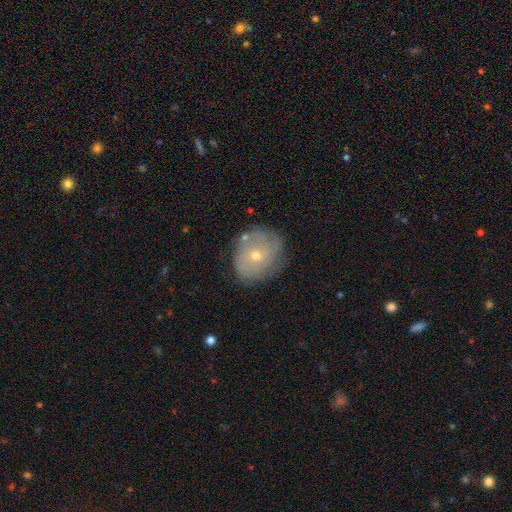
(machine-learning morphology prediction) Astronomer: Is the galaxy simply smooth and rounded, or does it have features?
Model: featured or disk — 62%.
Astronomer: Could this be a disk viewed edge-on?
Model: no — 97%.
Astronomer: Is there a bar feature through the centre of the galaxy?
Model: no — 81%.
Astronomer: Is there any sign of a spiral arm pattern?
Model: yes — 75%.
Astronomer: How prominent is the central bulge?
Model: small — 60% (runner-up: moderate, 38%).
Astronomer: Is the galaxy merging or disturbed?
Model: none — 71%.